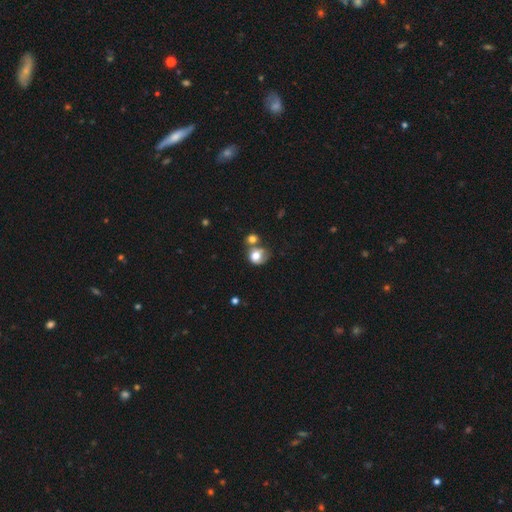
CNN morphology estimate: Overall: smooth (69%). How rounded: round (64%; in between 35%). Merging: merger (42%; none 30%).